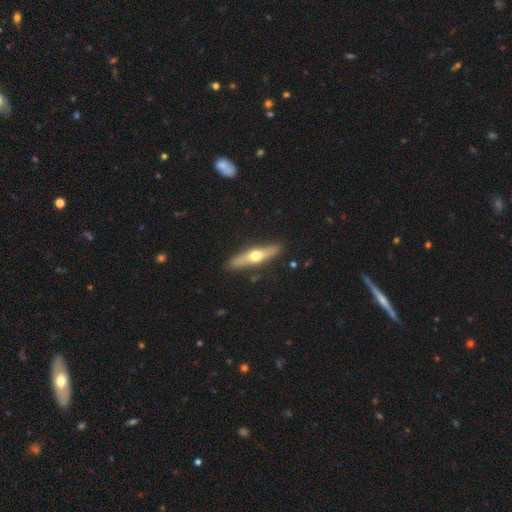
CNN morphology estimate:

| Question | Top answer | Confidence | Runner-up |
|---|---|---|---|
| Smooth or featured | featured or disk | 56% | smooth (39%) |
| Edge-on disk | yes | 92% | no (8%) |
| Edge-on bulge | rounded | 94% | none (4%) |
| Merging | none | 89% | minor disturbance (8%) |